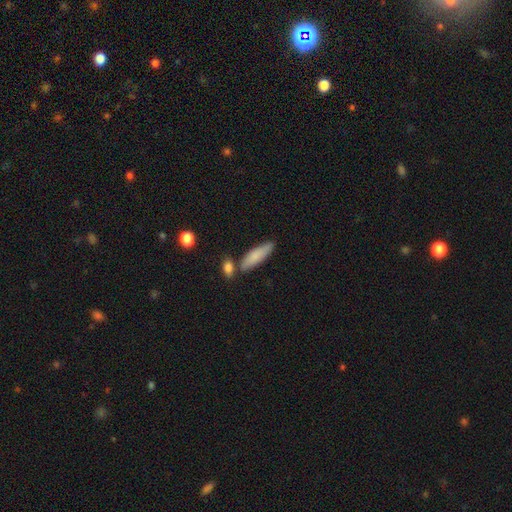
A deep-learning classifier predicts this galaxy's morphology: A smooth galaxy with no disk features (80%) that is cigar-shaped (61%).

Vote fractions:
- Smooth or featured? smooth: 80% / featured or disk: 14% / star or artifact: 6%
- How rounded? cigar-shaped: 61% / in between: 37% / round: 2%
- Merging? none: 69% / minor disturbance: 16% / merger: 12% / major disturbance: 3%